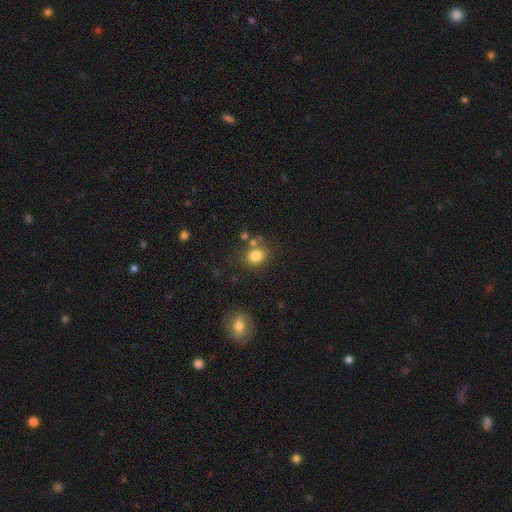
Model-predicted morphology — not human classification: Q: Smooth or featured?
A: smooth (81%); runner-up: star or artifact (12%)
Q: How rounded?
A: round (62%); runner-up: in between (37%)
Q: Merging?
A: none (70%); runner-up: minor disturbance (13%)